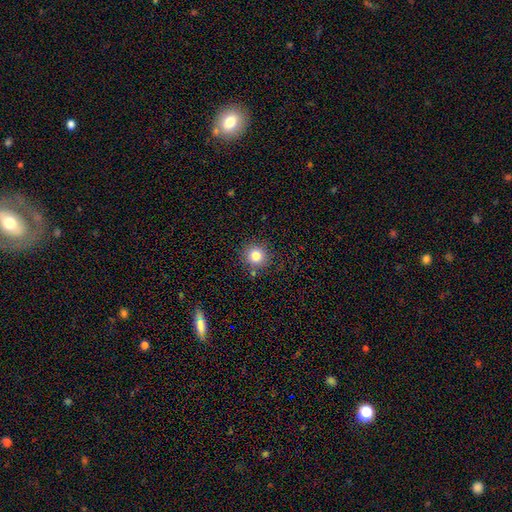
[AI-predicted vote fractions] smooth 81%, star or artifact 12%, featured or disk 7%. Down the decision tree: how rounded — round (93%); merging — none (84%).